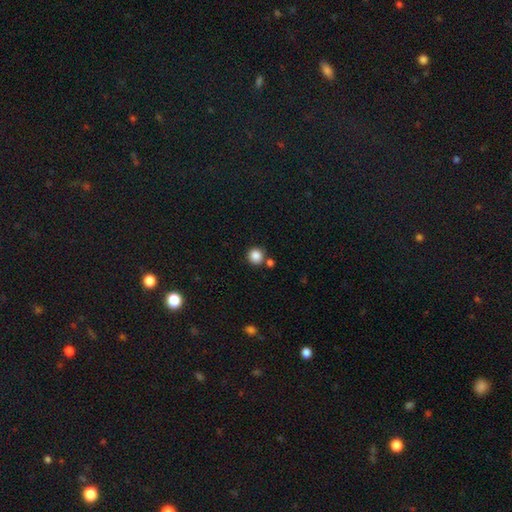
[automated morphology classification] Q: Smooth or featured?
A: smooth (86%); runner-up: star or artifact (10%)
Q: How rounded?
A: round (94%); runner-up: in between (6%)
Q: Merging?
A: none (79%); runner-up: merger (11%)